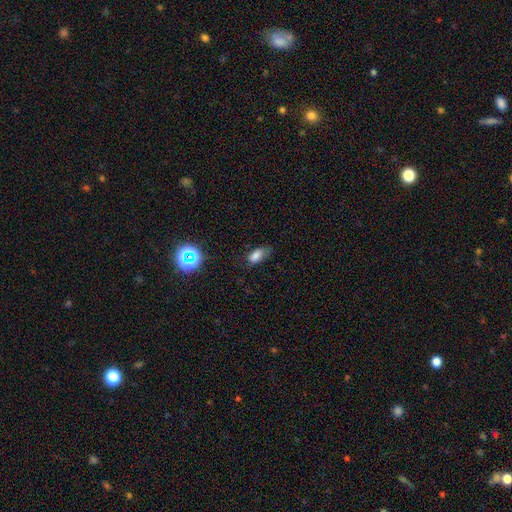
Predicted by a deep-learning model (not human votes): Smooth or featured: smooth — 77% (star or artifact — 14%)
How rounded: in between — 87% (round — 7%)
Merging: none — 52% (minor disturbance — 32%)